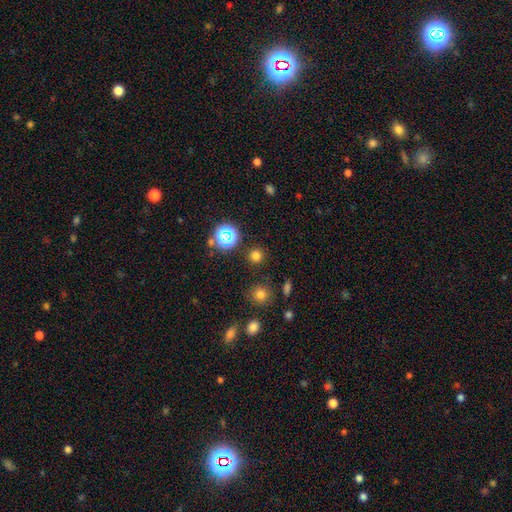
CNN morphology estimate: Smooth or featured? smooth (73%)
How rounded? round (93%)
Merging? none (87%)